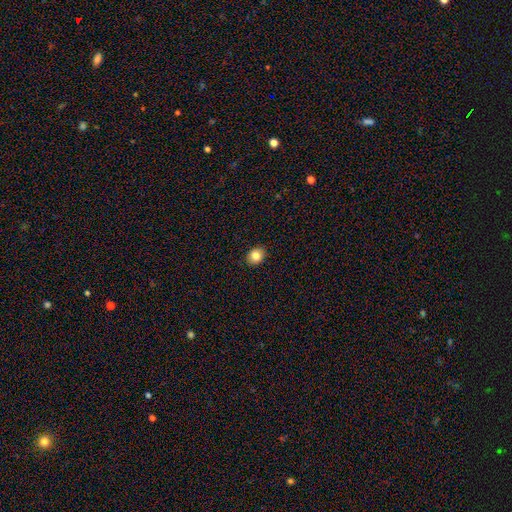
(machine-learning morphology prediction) Smooth or featured? smooth (83%)
How rounded? in between (50%)
Merging? none (90%)